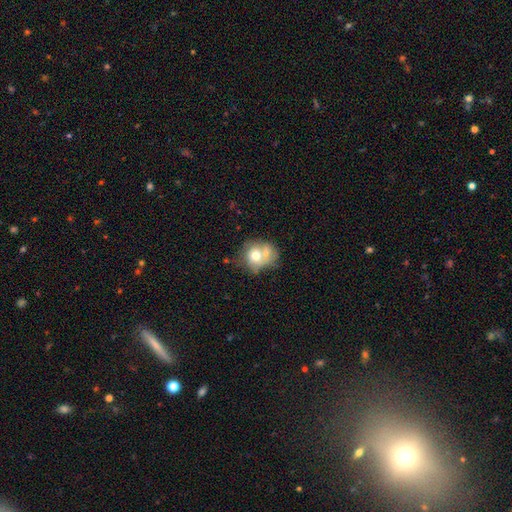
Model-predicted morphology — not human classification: Smooth or featured?
  - smooth: 66% *
  - featured or disk: 26%
  - star or artifact: 9%
How rounded?
  - round: 71% *
  - in between: 28%
  - cigar-shaped: 1%
Merging?
  - merger: 54% *
  - none: 28%
  - minor disturbance: 12%
  - major disturbance: 6%